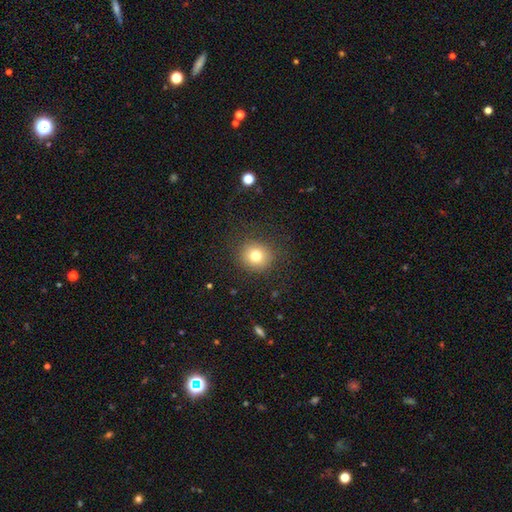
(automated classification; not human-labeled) A smooth galaxy with no disk features (78%) that is round (89%). Merging: none (87%).